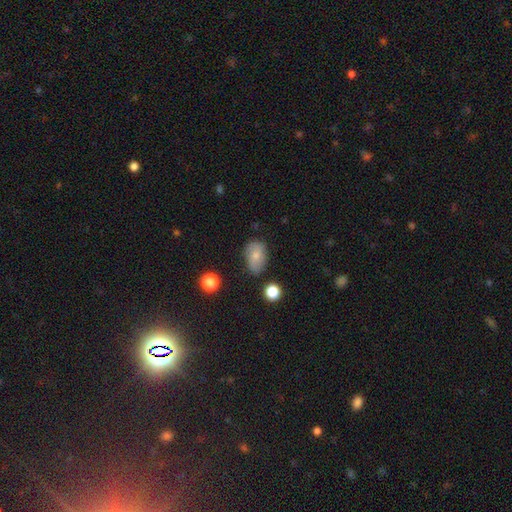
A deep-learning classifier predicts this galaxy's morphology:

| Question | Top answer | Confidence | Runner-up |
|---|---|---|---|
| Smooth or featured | smooth | 73% | featured or disk (18%) |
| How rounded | in between | 81% | round (18%) |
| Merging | none | 63% | minor disturbance (27%) |